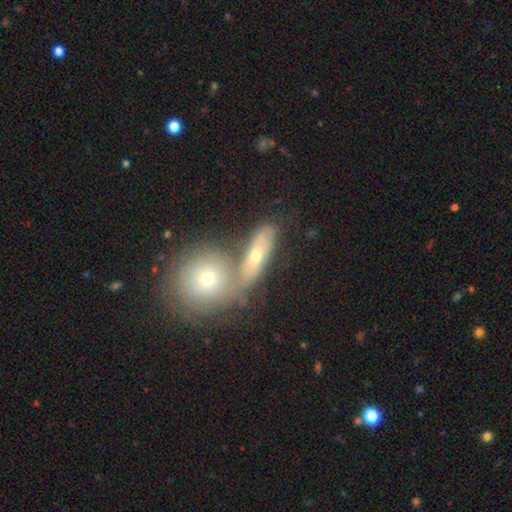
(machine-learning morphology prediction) type=smooth (55%); roundness=in between (54%); merging=none (43%).